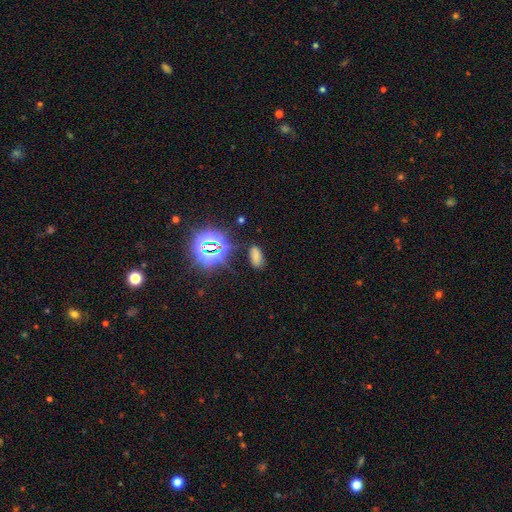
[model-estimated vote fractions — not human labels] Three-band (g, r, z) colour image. It shows a smooth galaxy with no disk features (62%) that is in between round and cigar-shaped (88%). Merging: none (78%).